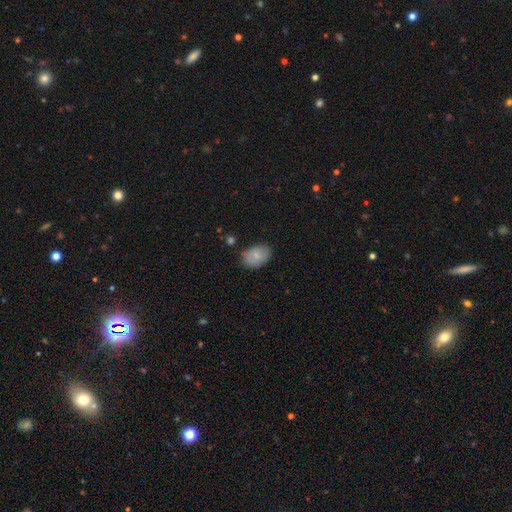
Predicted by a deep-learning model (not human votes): Smooth or featured? smooth (82%)
How rounded? in between (86%)
Merging? none (74%)